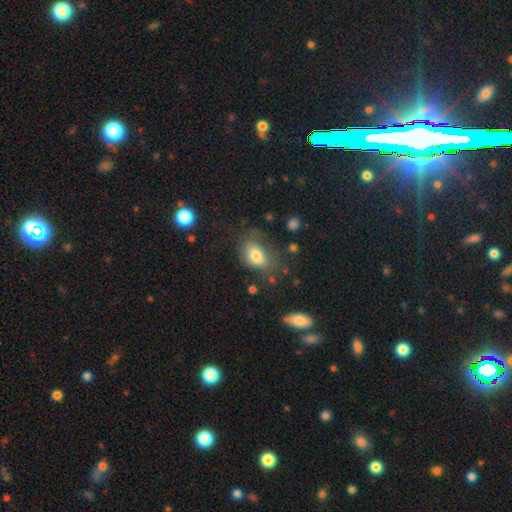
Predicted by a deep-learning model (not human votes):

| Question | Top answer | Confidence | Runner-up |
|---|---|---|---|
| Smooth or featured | smooth | 77% | featured or disk (13%) |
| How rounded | in between | 82% | round (17%) |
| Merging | none | 47% | minor disturbance (28%) |